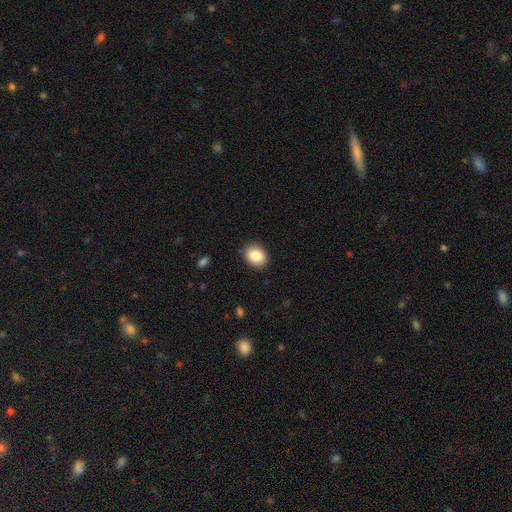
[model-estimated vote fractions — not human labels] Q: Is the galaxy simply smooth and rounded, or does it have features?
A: smooth — 85%.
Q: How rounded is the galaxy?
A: in between — 55%.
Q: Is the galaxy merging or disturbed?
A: none — 88%.